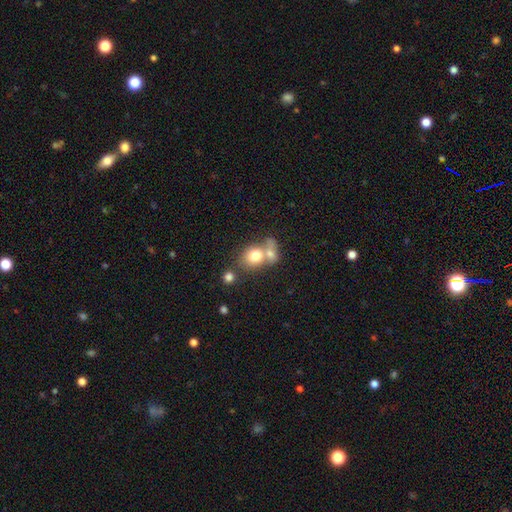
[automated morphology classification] Smooth or featured? smooth (74%)
How rounded? round (57%)
Merging? merger (55%)